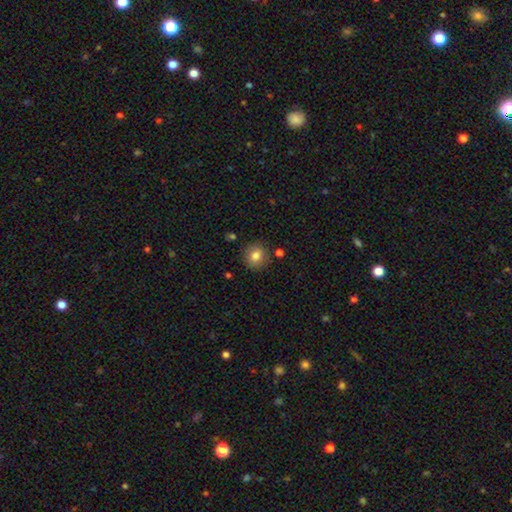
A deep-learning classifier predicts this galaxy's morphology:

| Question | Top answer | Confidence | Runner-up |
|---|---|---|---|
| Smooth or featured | smooth | 81% | star or artifact (10%) |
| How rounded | round | 87% | in between (12%) |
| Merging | none | 86% | minor disturbance (9%) |